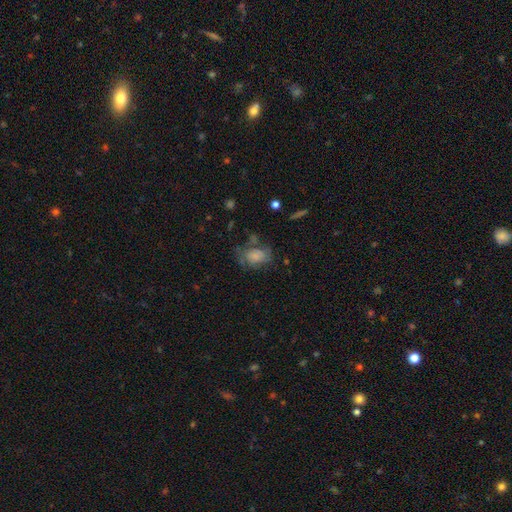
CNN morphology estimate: Smooth or featured? smooth (59%)
How rounded? in between (72%)
Merging? none (43%)